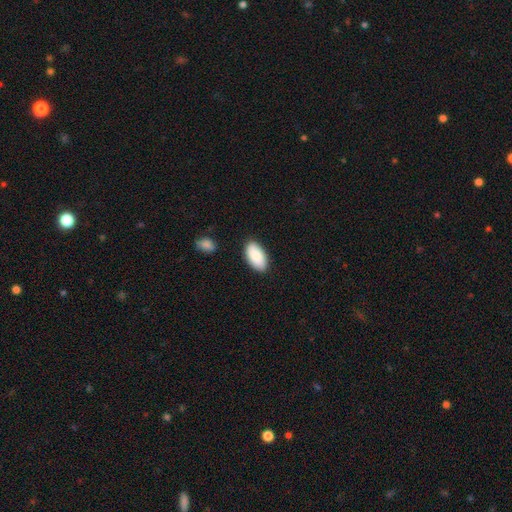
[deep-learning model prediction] A smooth galaxy with no disk features (88%) that is in between round and cigar-shaped (95%).

Vote fractions:
- Smooth or featured? smooth: 88% / featured or disk: 6% / star or artifact: 6%
- How rounded? in between: 95% / cigar-shaped: 3% / round: 2%
- Merging? none: 86% / minor disturbance: 10% / major disturbance: 2% / merger: 2%